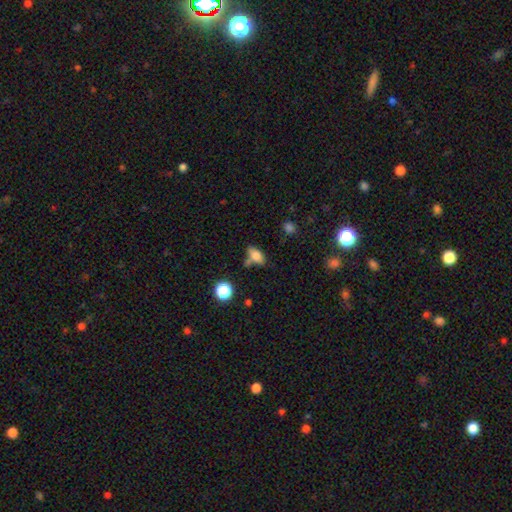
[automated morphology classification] Smooth or featured?
  - smooth: 78% *
  - featured or disk: 12%
  - star or artifact: 11%
How rounded?
  - in between: 83% *
  - round: 8%
  - cigar-shaped: 8%
Merging?
  - none: 55% *
  - minor disturbance: 19%
  - merger: 19%
  - major disturbance: 6%